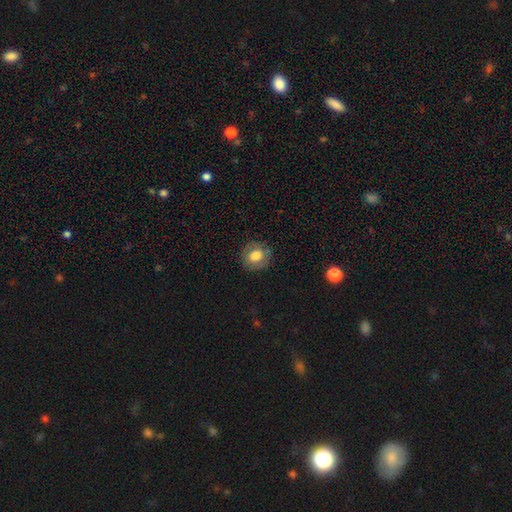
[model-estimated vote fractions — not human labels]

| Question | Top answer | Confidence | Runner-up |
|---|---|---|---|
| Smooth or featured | smooth | 74% | featured or disk (17%) |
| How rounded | round | 84% | in between (15%) |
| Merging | none | 86% | minor disturbance (10%) |